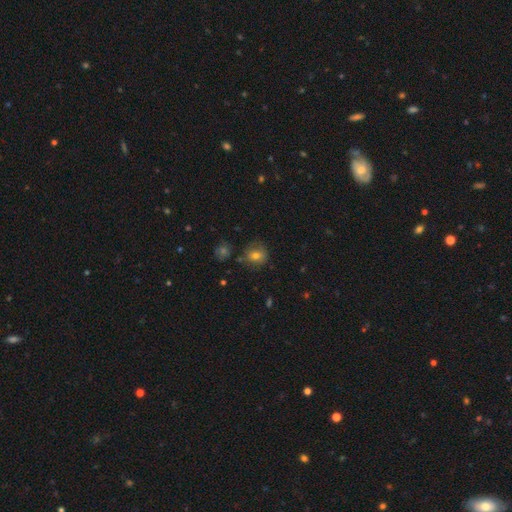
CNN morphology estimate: A smooth galaxy with no disk features (72%) that is round (78%). Merging: none (74%).